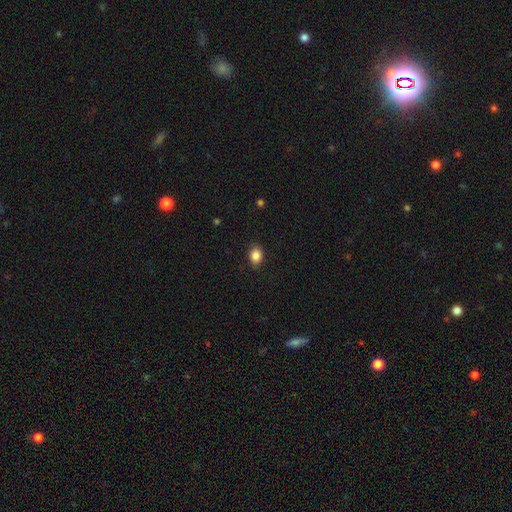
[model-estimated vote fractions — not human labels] Smooth or featured: smooth — 87% (star or artifact — 9%)
How rounded: in between — 69% (round — 30%)
Merging: none — 87% (minor disturbance — 9%)